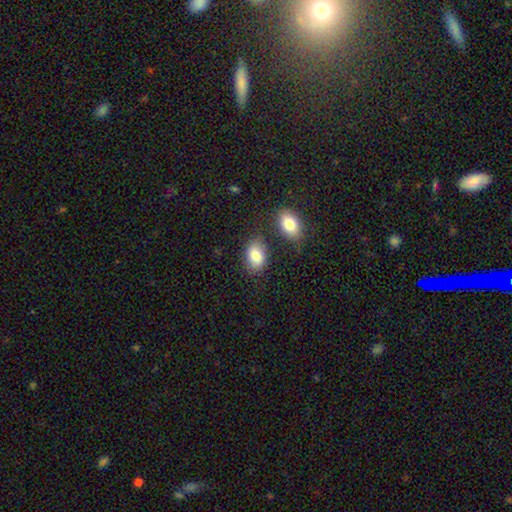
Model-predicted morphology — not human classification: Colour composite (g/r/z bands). It shows a smooth galaxy with no disk features (84%) that is in between round and cigar-shaped (87%). Merging: none (73%).